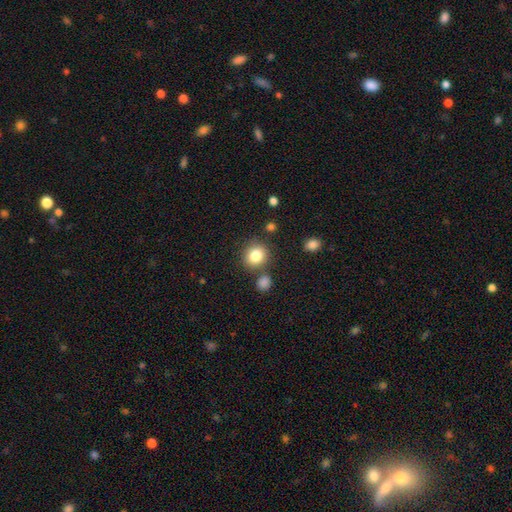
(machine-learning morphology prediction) Smooth or featured: smooth — 83% (star or artifact — 10%)
How rounded: round — 82% (in between — 17%)
Merging: none — 77% (minor disturbance — 10%)